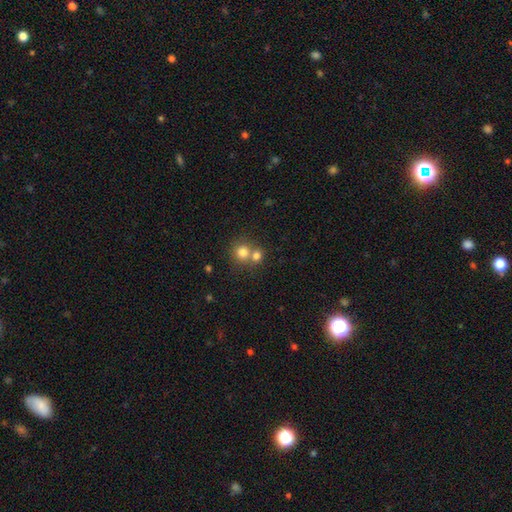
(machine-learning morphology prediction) smooth 77%, star or artifact 13%, featured or disk 10%. Down the decision tree: how rounded — round (87%); merging — merger (46%, tied with none).